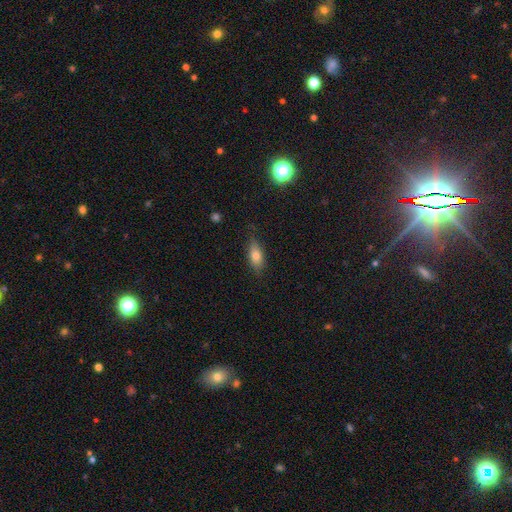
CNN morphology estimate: The model was most divided on "smooth or featured": smooth: 75%, featured or disk: 16%, star or artifact: 9%. More confident: how rounded — in between (79%); merging — none (78%).